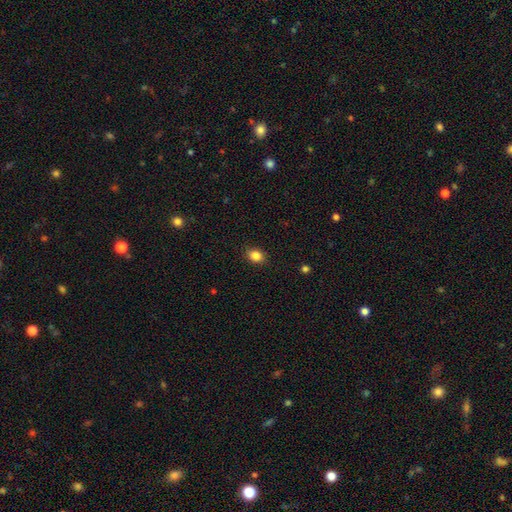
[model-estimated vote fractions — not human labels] A smooth galaxy with no disk features (85%) that is in between round and cigar-shaped (57%). Merging: none (88%).